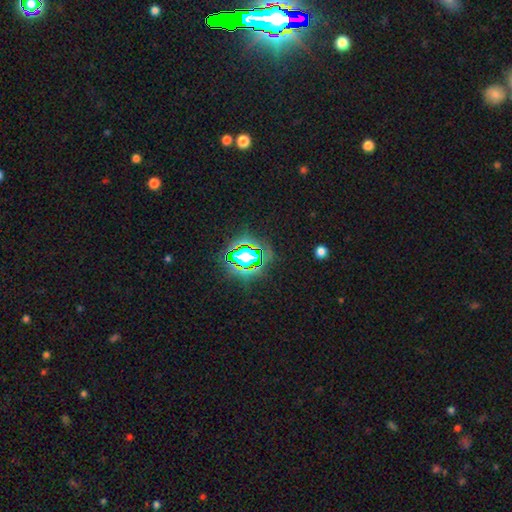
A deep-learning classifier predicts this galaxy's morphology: smooth-or-featured: star or artifact: 80% | smooth: 12% | featured or disk: 8%